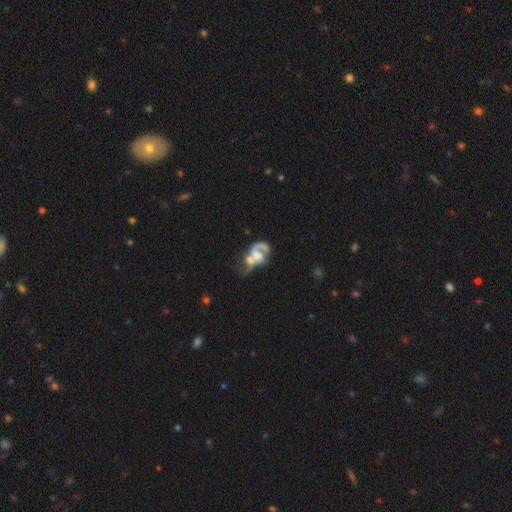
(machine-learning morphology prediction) A featured or disk galaxy (70%) with no bar (64%), 1 (52%) loose (47%) spiral arms (78%) and a moderate central bulge (31%).

Vote fractions:
- Smooth or featured? featured or disk: 70% / smooth: 22% / star or artifact: 9%
- Edge-on disk? no: 97% / yes: 3%
- Bar? no: 64% / weak: 27% / strong: 9%
- Spiral arms? yes: 78% / no: 22%
- Spiral winding? loose: 47% / medium: 34% / tight: 18%
- Spiral arm count? 1: 52% / 2: 36% / can't tell: 8% / 3: 2% / 4: 1% / more than 4: 1%
- Bulge size? moderate: 31% / none: 25% / large: 21% / small: 18% / dominant: 4%
- Merging? merger: 55% / major disturbance: 22% / none: 15% / minor disturbance: 8%